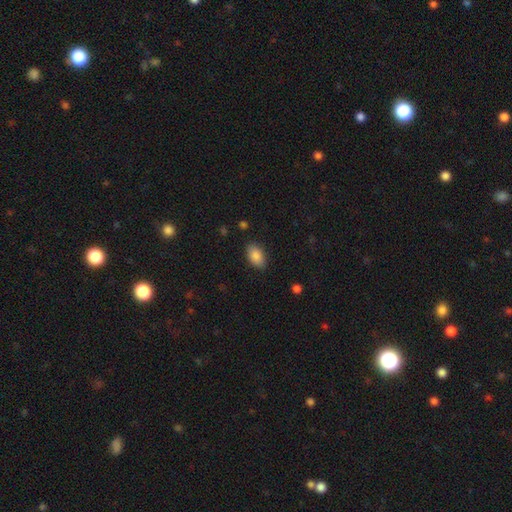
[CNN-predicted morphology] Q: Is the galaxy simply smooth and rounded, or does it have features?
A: smooth — 88%.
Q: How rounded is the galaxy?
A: in between — 93%.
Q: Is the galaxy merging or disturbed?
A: none — 86%.